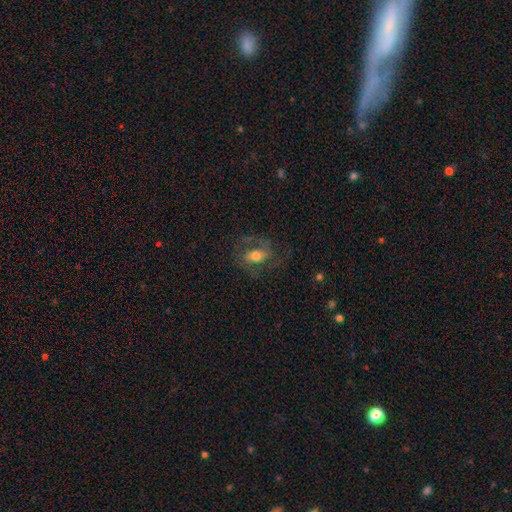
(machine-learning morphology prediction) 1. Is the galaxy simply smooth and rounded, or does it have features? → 54% featured or disk, 37% smooth, 9% star or artifact.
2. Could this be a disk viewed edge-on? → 94% no, 6% yes.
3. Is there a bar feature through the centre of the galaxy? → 47% no, 35% weak, 18% strong.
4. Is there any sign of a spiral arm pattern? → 70% yes, 30% no.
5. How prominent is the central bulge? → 65% moderate, 17% large, 14% small, 2% dominant, 2% none.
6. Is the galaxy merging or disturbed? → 59% none, 20% major disturbance, 19% minor disturbance, 2% merger.